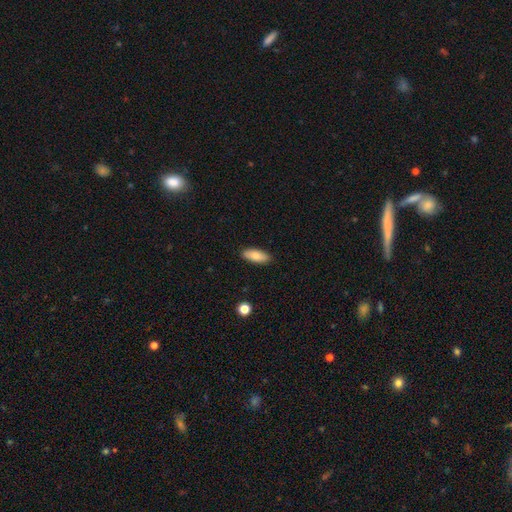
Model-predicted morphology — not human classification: The model was most divided on "how rounded": in between: 78%, cigar-shaped: 20%, round: 2%. More confident: merging — none (89%); smooth or featured — smooth (81%).